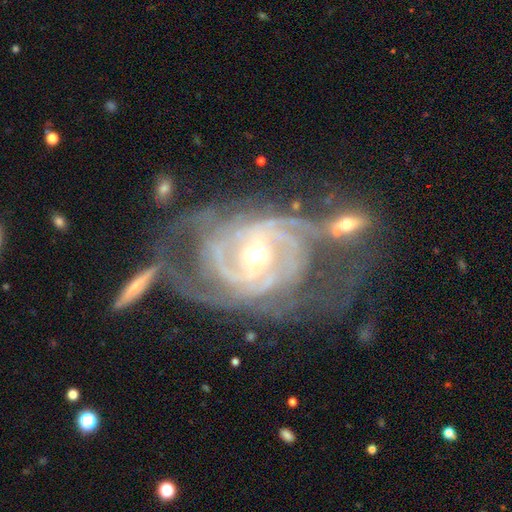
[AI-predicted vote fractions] Morphology: type=featured or disk (90%); edge-on=no (97%); bar=no (42%); spiral arms=yes (97%); winding=tight (66%); arm count=2 (32%); bulge=small (50%); merging=none (33%).